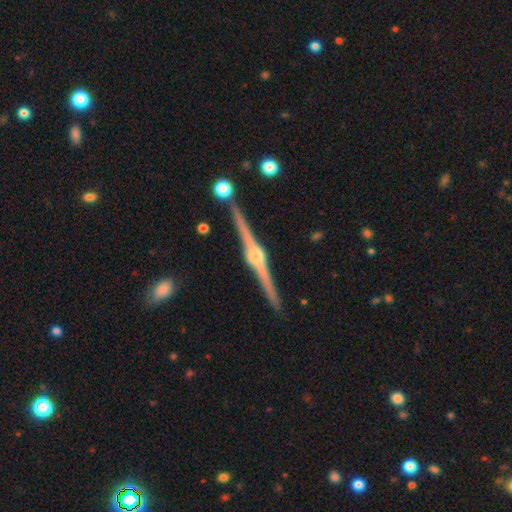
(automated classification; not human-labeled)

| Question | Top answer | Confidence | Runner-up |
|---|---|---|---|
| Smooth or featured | featured or disk | 90% | smooth (5%) |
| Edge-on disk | yes | 99% | no (1%) |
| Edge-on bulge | rounded | 92% | boxy (5%) |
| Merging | none | 90% | minor disturbance (6%) |